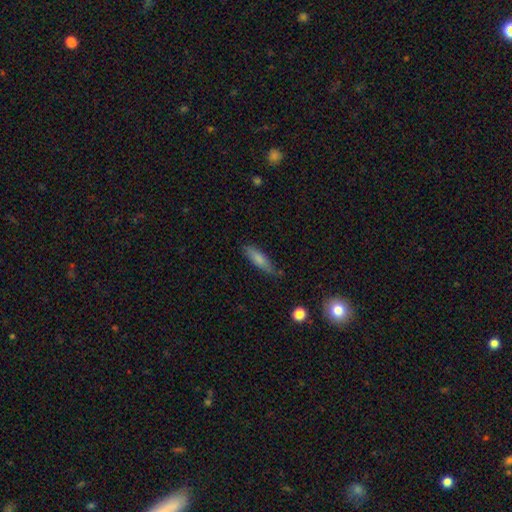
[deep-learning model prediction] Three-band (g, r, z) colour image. It shows a smooth galaxy with no disk features (67%) that is cigar-shaped (70%). Merging: none (78%).